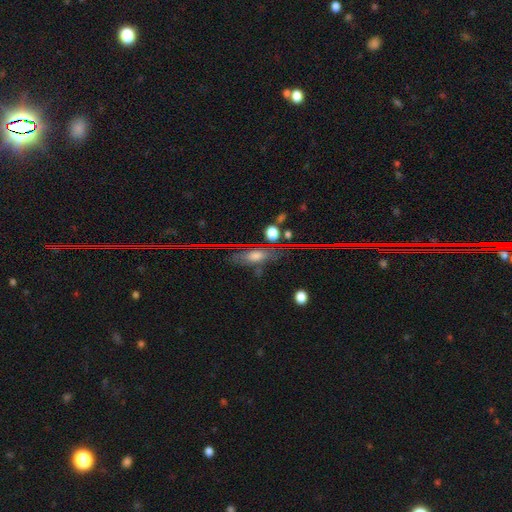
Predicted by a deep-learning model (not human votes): A star or artifact, not a galaxy (35%).

Vote fractions:
- Smooth or featured? star or artifact: 35% / smooth: 34% / featured or disk: 31%